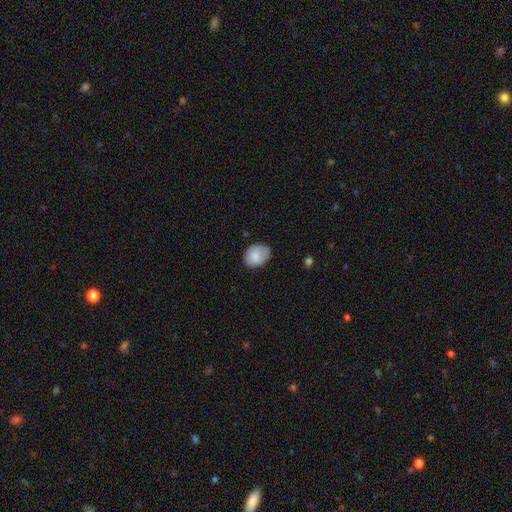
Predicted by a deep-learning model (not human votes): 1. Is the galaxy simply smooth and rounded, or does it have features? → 78% smooth, 15% featured or disk, 7% star or artifact.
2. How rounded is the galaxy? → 64% in between, 35% round, 1% cigar-shaped.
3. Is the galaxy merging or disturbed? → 71% none, 23% minor disturbance, 5% major disturbance, 1% merger.